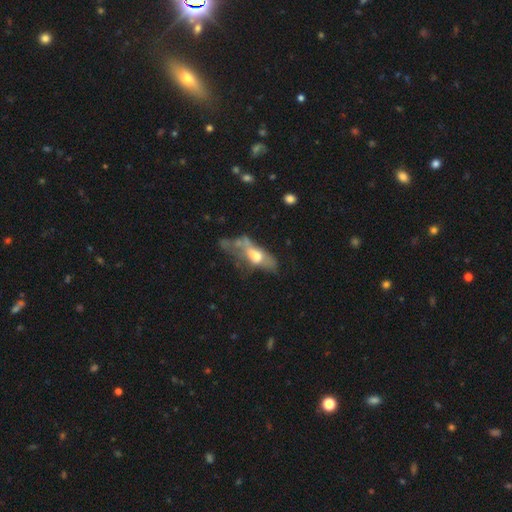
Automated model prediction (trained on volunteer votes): Overall: featured or disk (46%; smooth 44%). Merging: major disturbance (43%; none 22%).